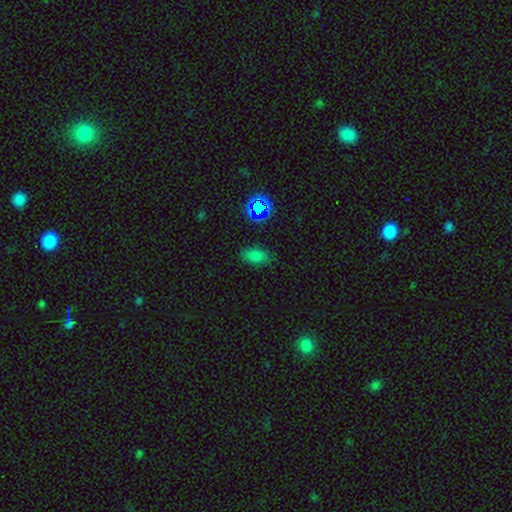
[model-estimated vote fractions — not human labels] smooth_or_featured: smooth (p=0.75) [alt: star or artifact p=0.18]
how_rounded: in between (p=0.90) [alt: round p=0.07]
merging: none (p=0.82) [alt: minor disturbance p=0.13]